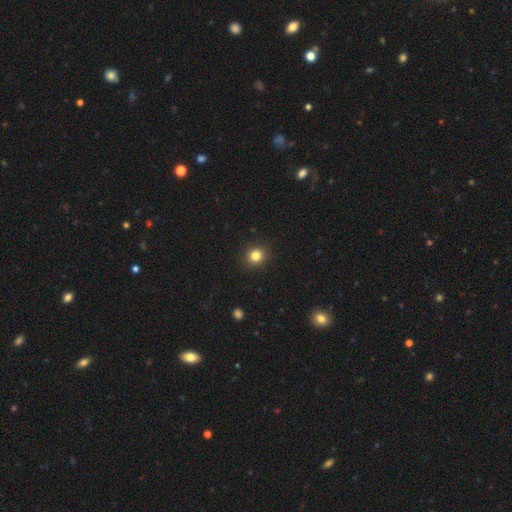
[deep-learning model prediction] A smooth galaxy with no disk features (83%) that is round (88%). Merging: none (91%).